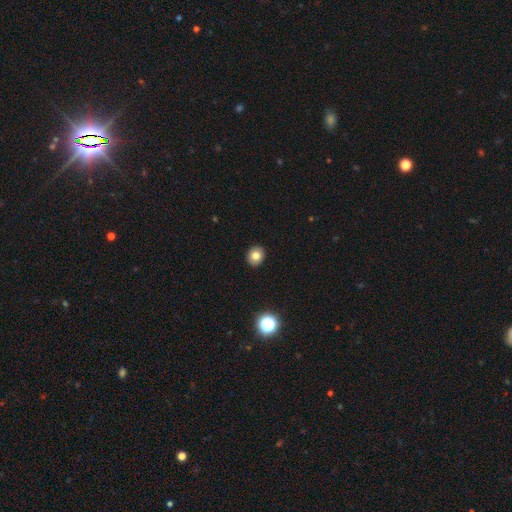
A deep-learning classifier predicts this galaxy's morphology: This appears to be a smooth galaxy with no disk features (79%) that is round (69%). Merging: none (91%).